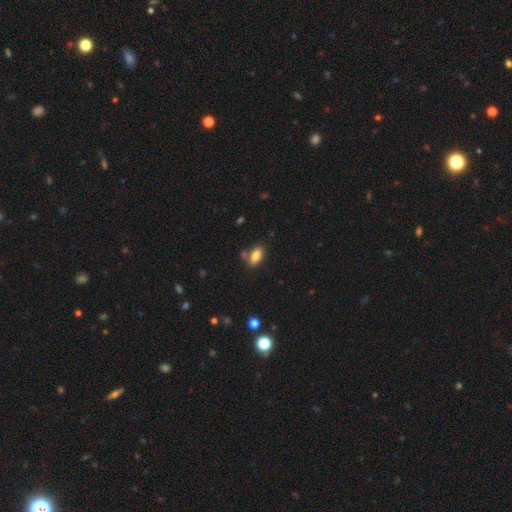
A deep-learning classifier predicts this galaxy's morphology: Smooth or featured? smooth (83%)
How rounded? in between (87%)
Merging? none (70%)